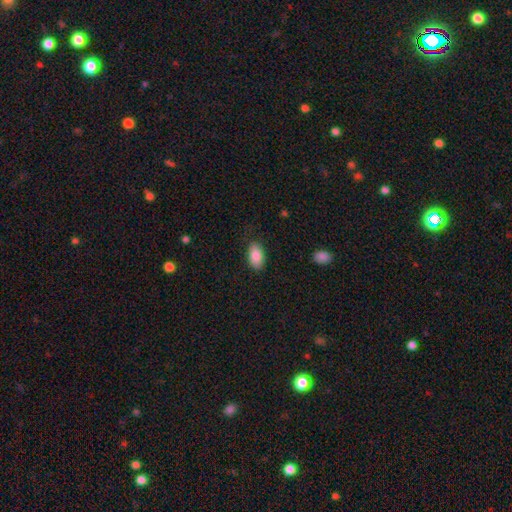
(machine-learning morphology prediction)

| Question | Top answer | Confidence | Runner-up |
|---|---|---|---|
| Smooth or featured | smooth | 87% | star or artifact (7%) |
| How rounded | in between | 94% | round (4%) |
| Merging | none | 83% | minor disturbance (13%) |